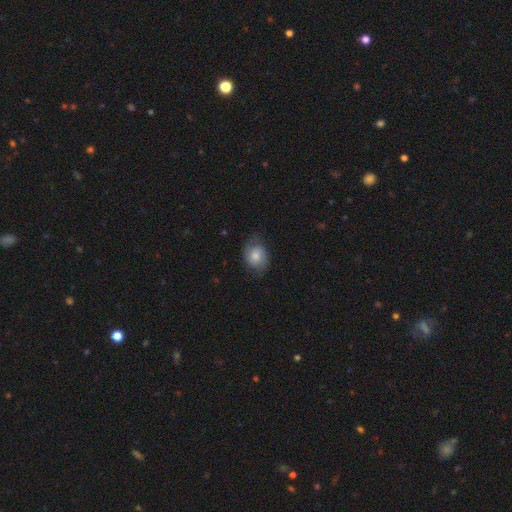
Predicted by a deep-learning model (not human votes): Smooth or featured: smooth — 68% (featured or disk — 24%)
How rounded: in between — 53% (round — 46%)
Merging: none — 66% (minor disturbance — 24%)